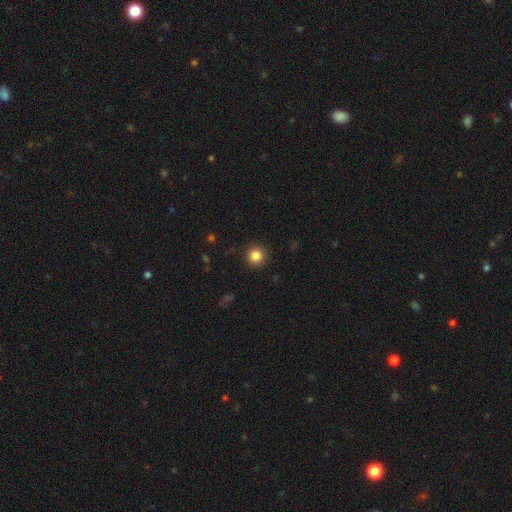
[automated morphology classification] Smooth or featured? Predicted: smooth (p=0.85). How rounded? Predicted: round (p=0.95). Merging? Predicted: none (p=0.91).